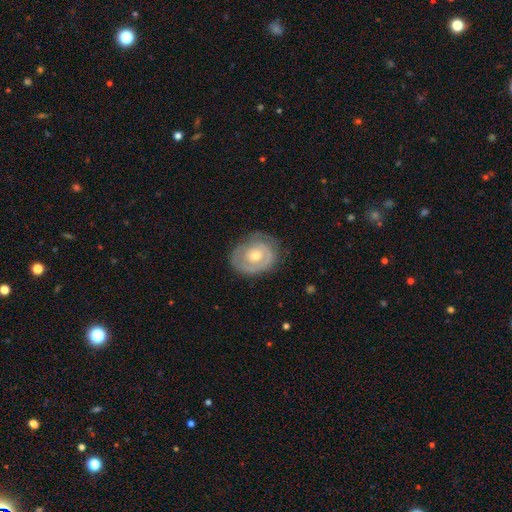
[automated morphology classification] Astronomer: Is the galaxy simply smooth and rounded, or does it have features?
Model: featured or disk — 64%.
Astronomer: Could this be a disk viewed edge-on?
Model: no — 96%.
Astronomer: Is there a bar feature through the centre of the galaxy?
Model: no — 81%.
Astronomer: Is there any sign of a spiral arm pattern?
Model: yes — 59% (runner-up: no, 41%).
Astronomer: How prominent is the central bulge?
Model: moderate — 62%.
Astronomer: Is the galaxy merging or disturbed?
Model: none — 70%.